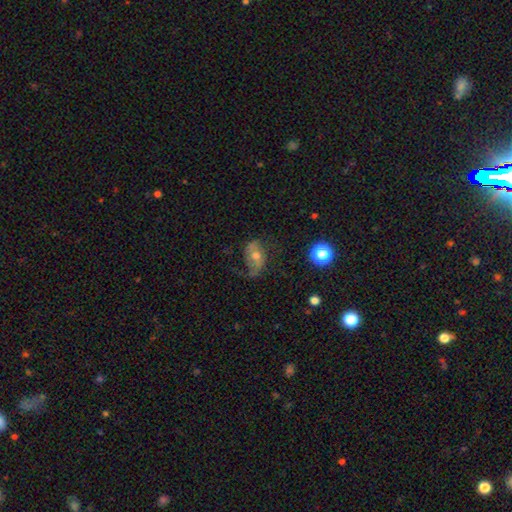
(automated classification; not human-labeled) Morphology: type=featured or disk (58%); edge-on=no (95%); bar=no (61%); spiral arms=yes (78%); bulge=moderate (66%); merging=none (50%).